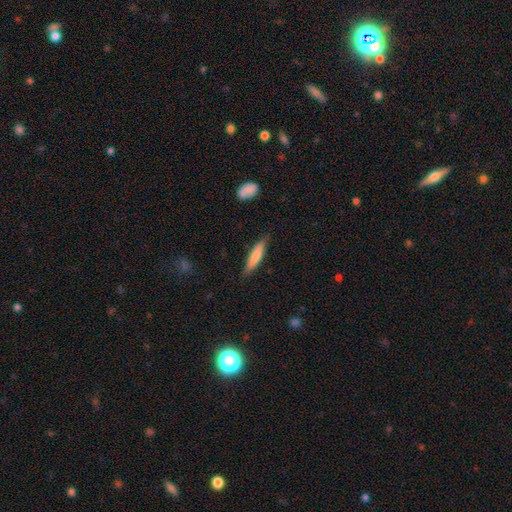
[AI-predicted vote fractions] smooth 74%, featured or disk 20%, star or artifact 6%. Down the decision tree: how rounded — cigar-shaped (84%); merging — none (81%).